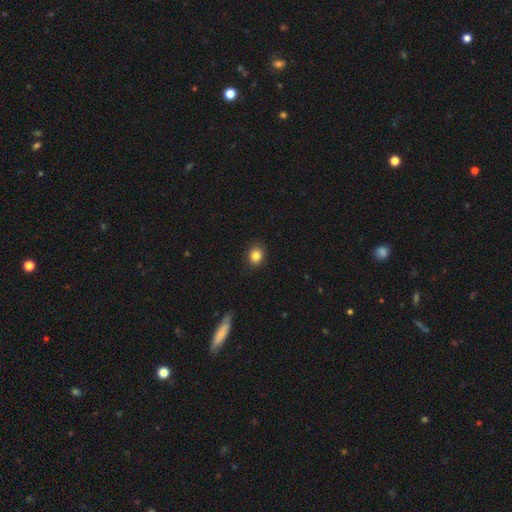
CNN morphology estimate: type=smooth (84%); roundness=round (52%); merging=none (85%).